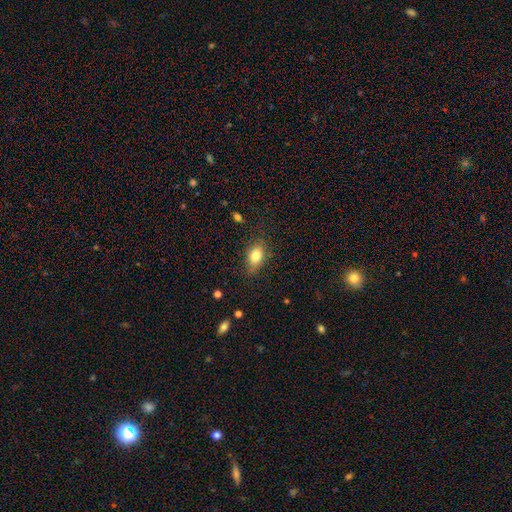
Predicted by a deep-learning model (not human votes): The model was most divided on "merging": none: 75%, minor disturbance: 19%, major disturbance: 4%, merger: 2%. More confident: how rounded — in between (83%); smooth or featured — smooth (80%).